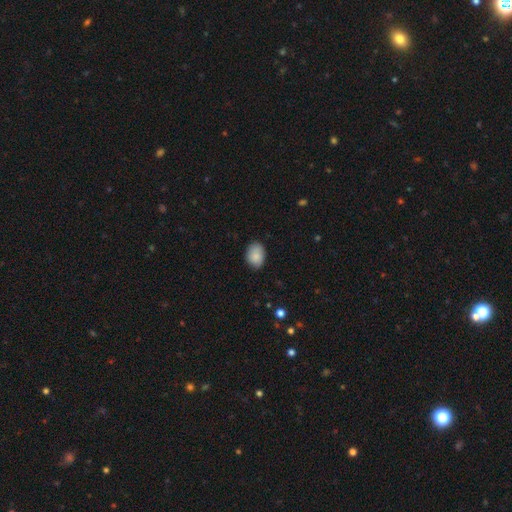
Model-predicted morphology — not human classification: smooth-or-featured: smooth: 87% | star or artifact: 7% | featured or disk: 6%
  how-rounded: in between: 71% | round: 28% | cigar-shaped: 1%
  merging: none: 80% | minor disturbance: 16% | major disturbance: 3% | merger: 1%